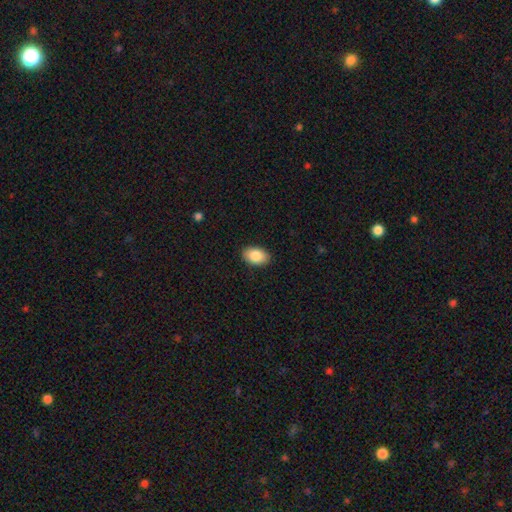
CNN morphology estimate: smooth_or_featured: smooth (p=0.87) [alt: star or artifact p=0.07]
how_rounded: in between (p=0.90) [alt: round p=0.08]
merging: none (p=0.90) [alt: minor disturbance p=0.08]